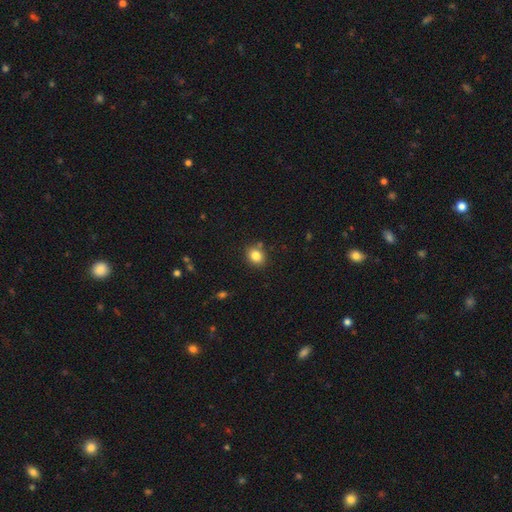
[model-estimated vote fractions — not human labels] Smooth or featured: smooth — 83% (star or artifact — 10%)
How rounded: round — 57% (in between — 42%)
Merging: none — 83% (minor disturbance — 10%)